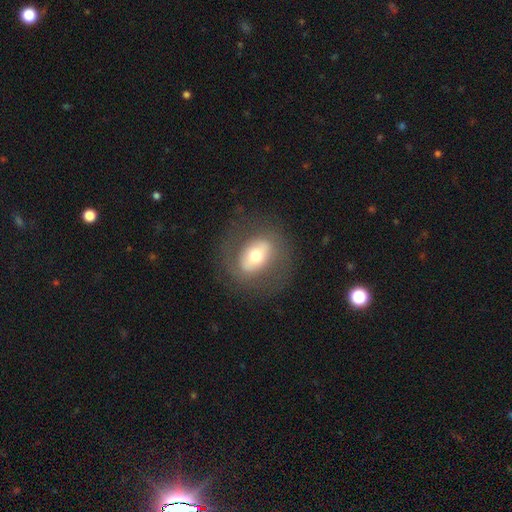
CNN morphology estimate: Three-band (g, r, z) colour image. It shows a smooth galaxy with no disk features (46%). Merging: none (76%).